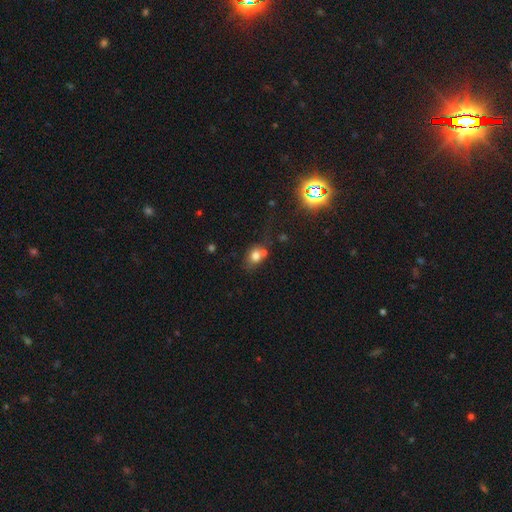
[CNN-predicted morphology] This appears to be a smooth galaxy with no disk features (72%) that is in between round and cigar-shaped (52%). Merging: none (44%).